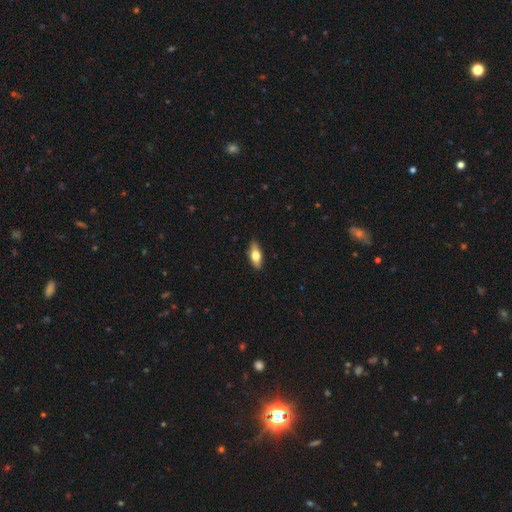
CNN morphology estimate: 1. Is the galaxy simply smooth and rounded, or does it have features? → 61% smooth, 32% featured or disk, 6% star or artifact.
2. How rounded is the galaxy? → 76% in between, 21% cigar-shaped, 4% round.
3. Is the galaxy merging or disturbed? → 87% none, 10% minor disturbance, 2% major disturbance, 1% merger.